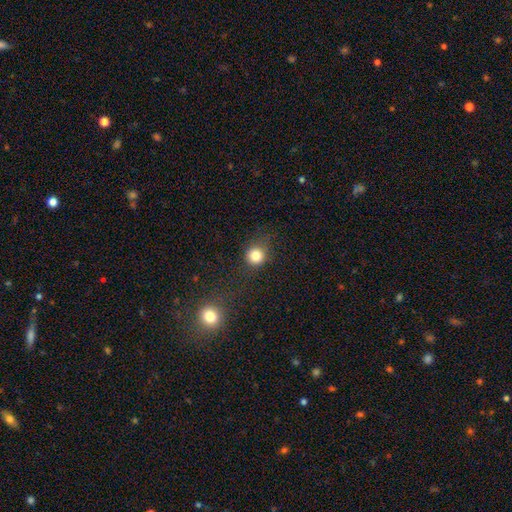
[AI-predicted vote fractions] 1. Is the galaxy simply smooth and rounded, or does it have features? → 82% smooth, 12% star or artifact, 6% featured or disk.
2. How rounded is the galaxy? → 90% round, 9% in between, 1% cigar-shaped.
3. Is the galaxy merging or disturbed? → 77% none, 13% minor disturbance, 6% major disturbance, 3% merger.